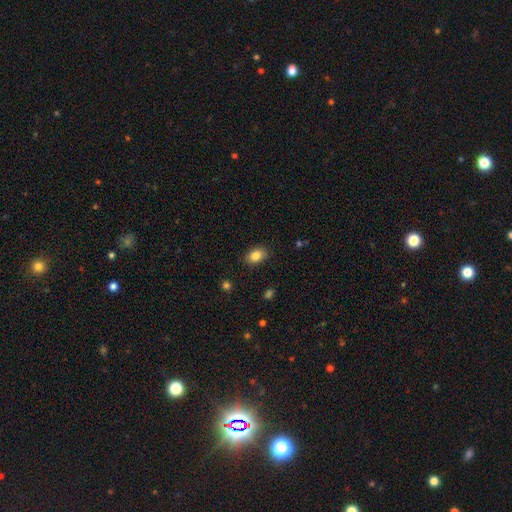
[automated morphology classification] smooth-or-featured: smooth: 86% | star or artifact: 9% | featured or disk: 6%
  how-rounded: in between: 79% | round: 20% | cigar-shaped: 1%
  merging: none: 85% | minor disturbance: 11% | major disturbance: 3% | merger: 1%